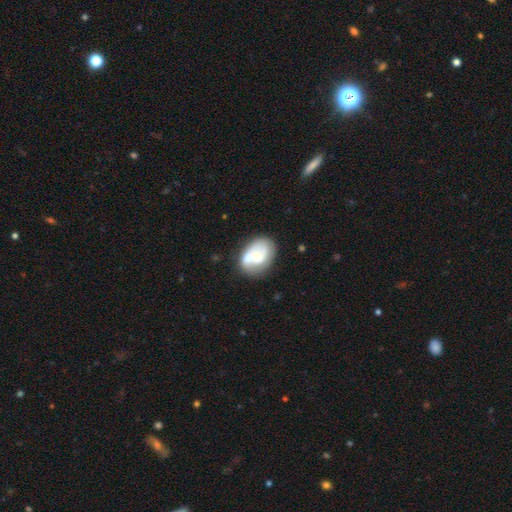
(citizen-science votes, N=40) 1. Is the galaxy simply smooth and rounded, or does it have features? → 48% featured or disk, 40% smooth, 12% star or artifact.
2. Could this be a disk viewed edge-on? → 95% no, 5% yes.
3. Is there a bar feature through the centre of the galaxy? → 94% no, 6% weak, 0% strong.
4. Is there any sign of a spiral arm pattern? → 50% yes (tied), 50% no (tied).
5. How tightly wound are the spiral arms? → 56% tight, 33% medium, 11% loose.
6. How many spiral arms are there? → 67% 1, 22% 2, 11% can't tell, 0% 3, 0% 4, 0% more than 4.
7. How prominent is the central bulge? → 67% moderate, 33% small, 0% dominant, 0% large, 0% none.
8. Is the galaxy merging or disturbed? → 49% none, 31% minor disturbance, 14% major disturbance, 6% merger.